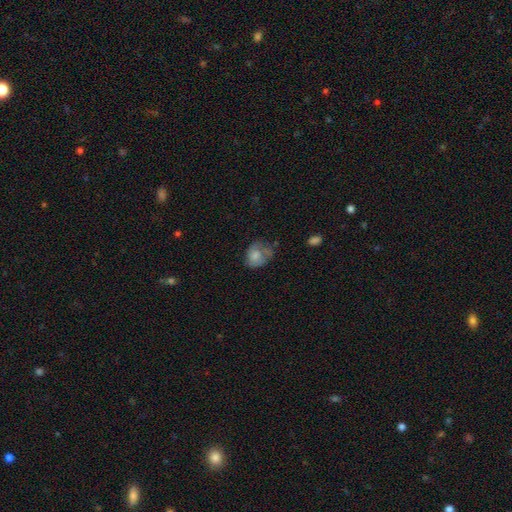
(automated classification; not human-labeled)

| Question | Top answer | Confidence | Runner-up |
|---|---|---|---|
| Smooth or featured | smooth | 64% | featured or disk (28%) |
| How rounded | in between | 58% | round (41%) |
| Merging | none | 34% | tied: minor disturbance (34%) |